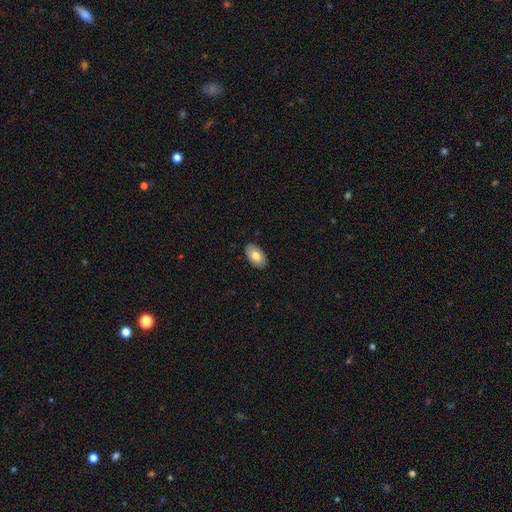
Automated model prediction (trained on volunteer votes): Smooth or featured?
  - smooth: 73% *
  - featured or disk: 21%
  - star or artifact: 6%
How rounded?
  - in between: 94% *
  - round: 5%
  - cigar-shaped: 1%
Merging?
  - none: 88% *
  - minor disturbance: 9%
  - major disturbance: 2%
  - merger: 1%